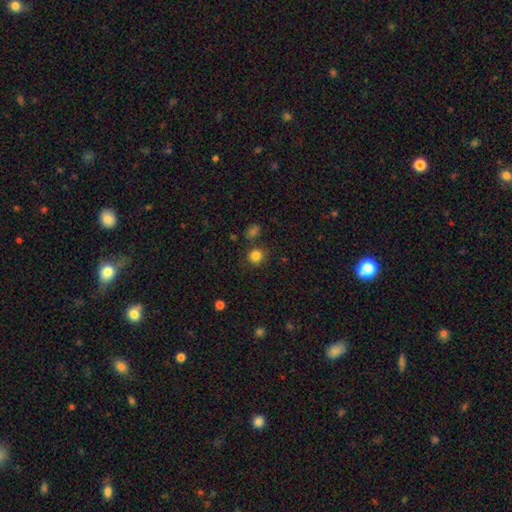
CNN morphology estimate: Q: Smooth or featured?
A: smooth (83%); runner-up: star or artifact (12%)
Q: How rounded?
A: round (90%); runner-up: in between (9%)
Q: Merging?
A: none (83%); runner-up: minor disturbance (8%)